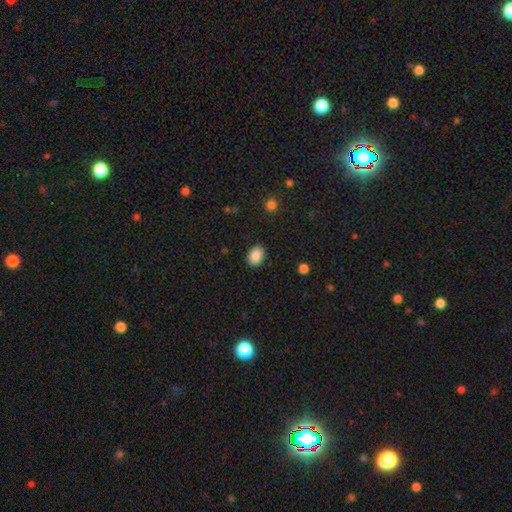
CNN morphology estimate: A smooth galaxy with no disk features (88%) that is in between round and cigar-shaped (72%). Merging: none (89%).